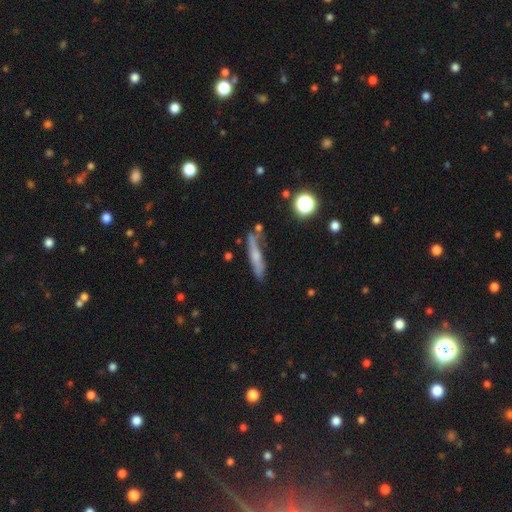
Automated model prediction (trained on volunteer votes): Morphology: type=smooth (51%); roundness=cigar-shaped (86%); merging=none (68%).